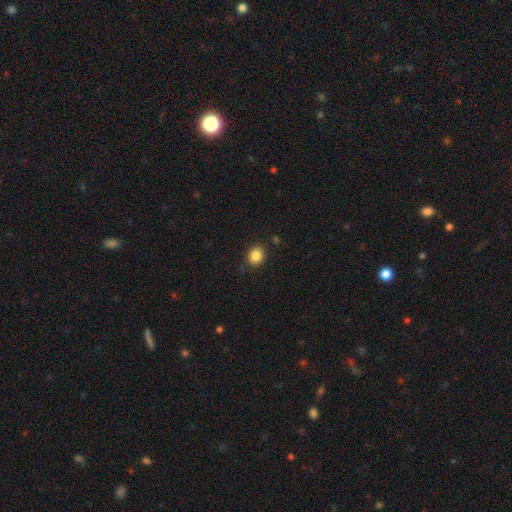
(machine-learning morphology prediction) A smooth galaxy with no disk features (85%) that is round (70%).

Vote fractions:
- Smooth or featured? smooth: 85% / star or artifact: 10% / featured or disk: 5%
- How rounded? round: 70% / in between: 29% / cigar-shaped: 1%
- Merging? none: 87% / minor disturbance: 8% / major disturbance: 2% / merger: 2%